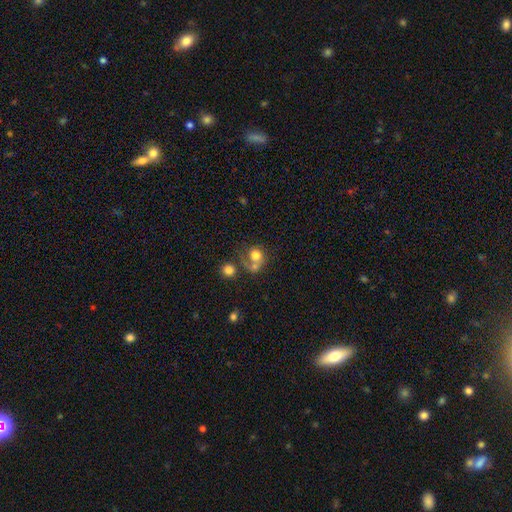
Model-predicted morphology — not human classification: Smooth or featured? Predicted: smooth (p=0.66). How rounded? Predicted: round (p=0.74). Merging? Predicted: merger (p=0.42).